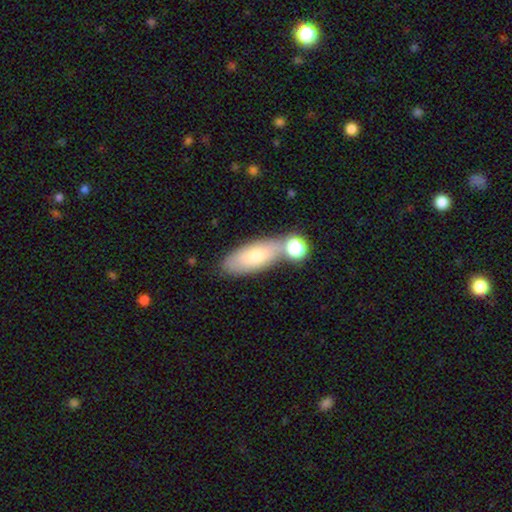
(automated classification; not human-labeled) Smooth or featured: smooth — 73% (featured or disk — 20%)
How rounded: in between — 77% (cigar-shaped — 20%)
Merging: none — 56% (merger — 24%)